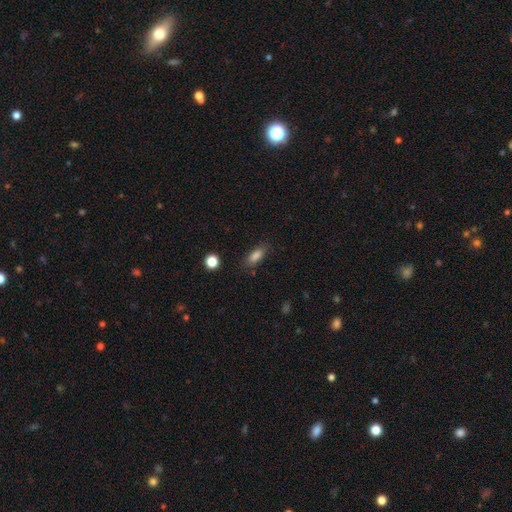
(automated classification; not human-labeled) Smooth or featured?
  - smooth: 83% *
  - star or artifact: 9%
  - featured or disk: 7%
How rounded?
  - in between: 75% *
  - cigar-shaped: 21%
  - round: 4%
Merging?
  - none: 79% *
  - minor disturbance: 14%
  - major disturbance: 4%
  - merger: 2%